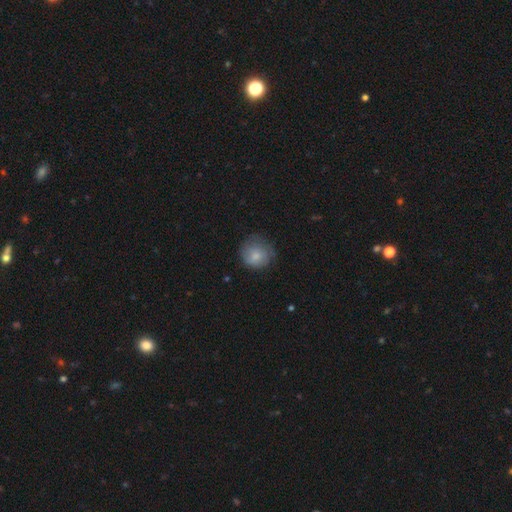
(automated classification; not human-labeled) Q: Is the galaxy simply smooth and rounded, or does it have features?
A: smooth — 77%.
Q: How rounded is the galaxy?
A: round — 85%.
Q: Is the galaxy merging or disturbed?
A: none — 62%.